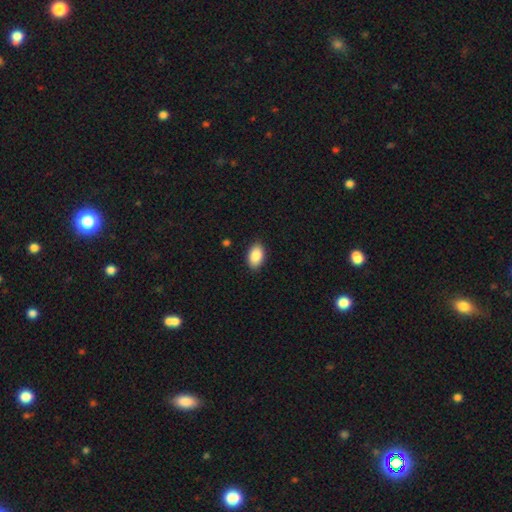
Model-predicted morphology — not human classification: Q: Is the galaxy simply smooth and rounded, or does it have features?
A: smooth — 88%.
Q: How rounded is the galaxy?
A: in between — 91%.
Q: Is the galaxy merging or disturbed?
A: none — 89%.